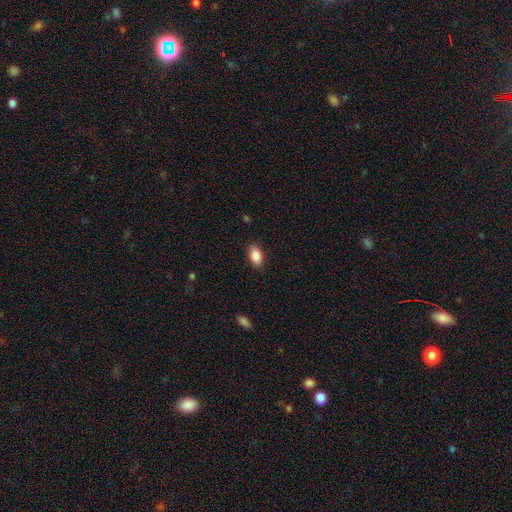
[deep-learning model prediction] Q: Smooth or featured?
A: smooth (88%); runner-up: star or artifact (7%)
Q: How rounded?
A: in between (92%); runner-up: round (7%)
Q: Merging?
A: none (88%); runner-up: minor disturbance (9%)